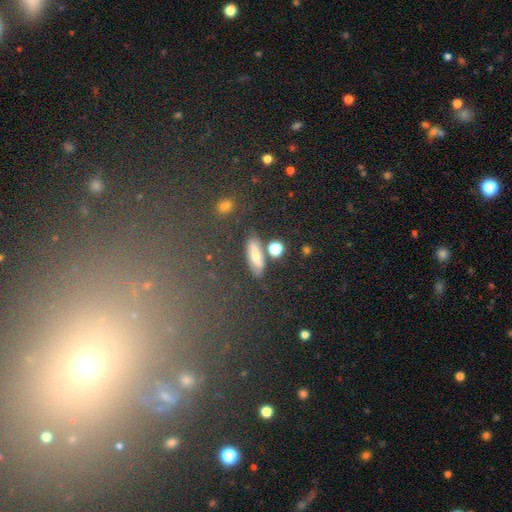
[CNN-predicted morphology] A smooth galaxy with no disk features (65%) that is in between round and cigar-shaped (43%).

Vote fractions:
- Smooth or featured? smooth: 65% / featured or disk: 19% / star or artifact: 17%
- How rounded? in between: 43% / cigar-shaped: 40% / round: 17%
- Merging? none: 72% / minor disturbance: 14% / merger: 8% / major disturbance: 6%